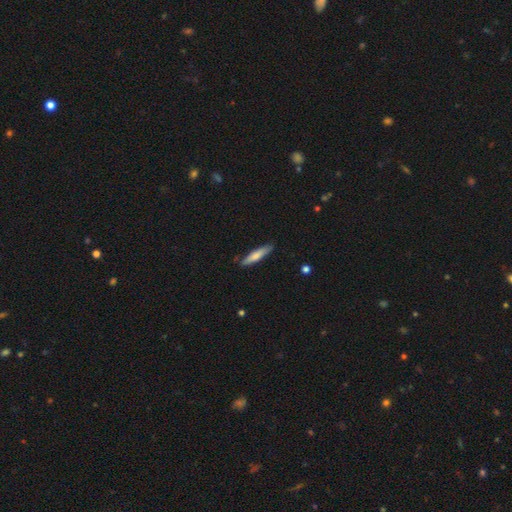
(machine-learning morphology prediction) The model was most divided on "smooth or featured": smooth: 71%, featured or disk: 24%, star or artifact: 5%. More confident: how rounded — cigar-shaped (87%); merging — none (85%).